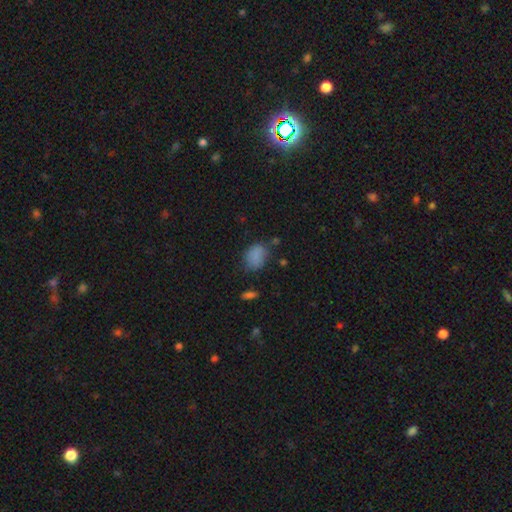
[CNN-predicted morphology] smooth 81%, star or artifact 11%, featured or disk 8%. Down the decision tree: how rounded — in between (74%); merging — none (61%).